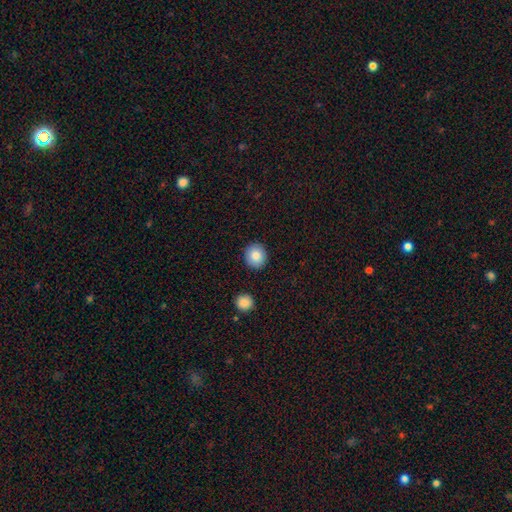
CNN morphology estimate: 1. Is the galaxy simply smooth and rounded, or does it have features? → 85% smooth, 8% star or artifact, 7% featured or disk.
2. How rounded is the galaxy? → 89% round, 10% in between, 1% cigar-shaped.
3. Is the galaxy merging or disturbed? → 90% none, 6% minor disturbance, 2% merger, 2% major disturbance.